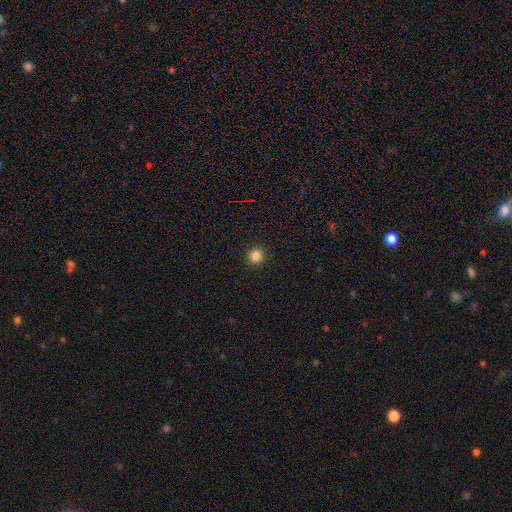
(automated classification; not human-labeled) smooth-or-featured: smooth: 85% | star or artifact: 11% | featured or disk: 3%
  how-rounded: round: 92% | in between: 7% | cigar-shaped: 1%
  merging: none: 92% | minor disturbance: 5% | major disturbance: 2% | merger: 1%